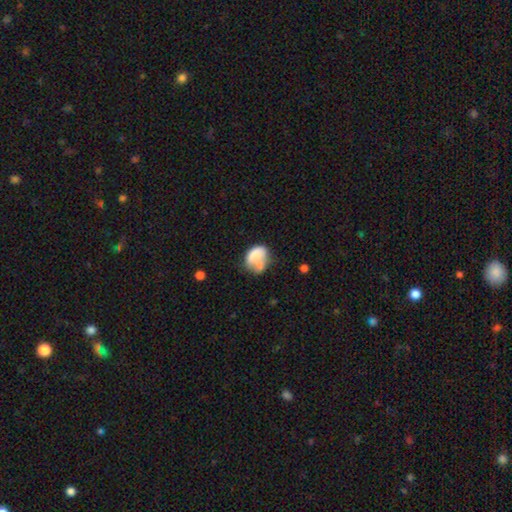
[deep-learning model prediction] Smooth or featured? smooth (69%)
How rounded? in between (74%)
Merging? merger (35%)